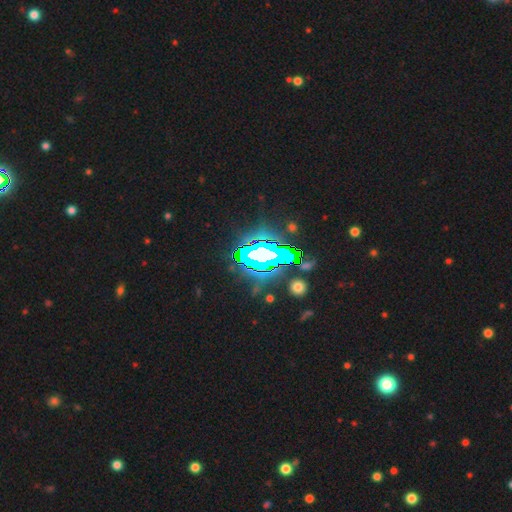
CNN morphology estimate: Smooth or featured? Predicted: star or artifact (p=0.69).